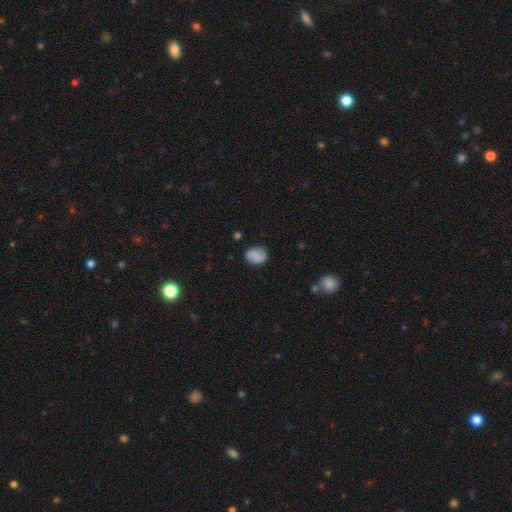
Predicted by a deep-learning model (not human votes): Smooth or featured: smooth — 58% (featured or disk — 32%)
How rounded: in between — 50% (round — 48%)
Merging: none — 73% (minor disturbance — 19%)